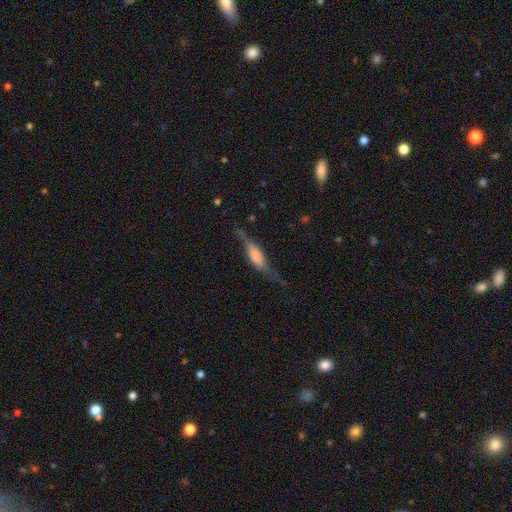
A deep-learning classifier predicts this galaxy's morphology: smooth_or_featured: featured or disk (p=0.56) [alt: smooth p=0.37]
disk_edge_on: yes (p=0.83) [alt: no p=0.17]
merging: none (p=0.59) [alt: minor disturbance p=0.24]